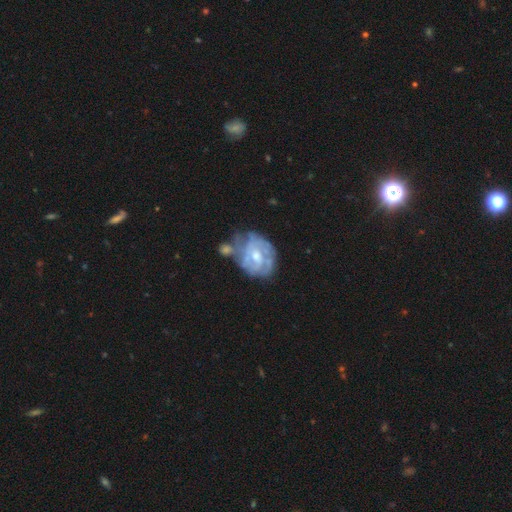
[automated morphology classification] Smooth or featured? Predicted: featured or disk (p=0.74). Edge-on disk? Predicted: no (p=0.97). Bar? Predicted: no (p=0.64). Spiral arms? Predicted: yes (p=0.69). Bulge size? Predicted: moderate (p=0.59). Merging? Predicted: none (p=0.38).